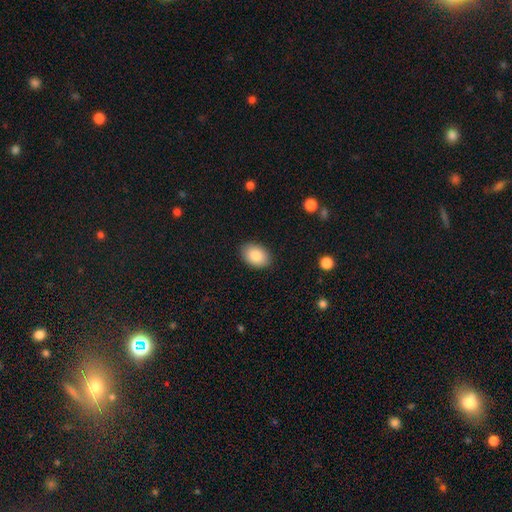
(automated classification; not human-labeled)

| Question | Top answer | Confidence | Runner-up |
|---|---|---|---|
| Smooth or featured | smooth | 87% | star or artifact (7%) |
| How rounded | in between | 85% | round (14%) |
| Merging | none | 88% | minor disturbance (9%) |